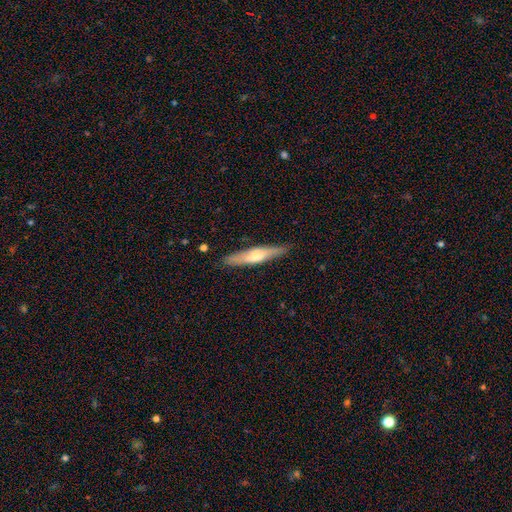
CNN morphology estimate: featured or disk 50%, smooth 45%, star or artifact 6%. Down the decision tree: merging — none (87%).